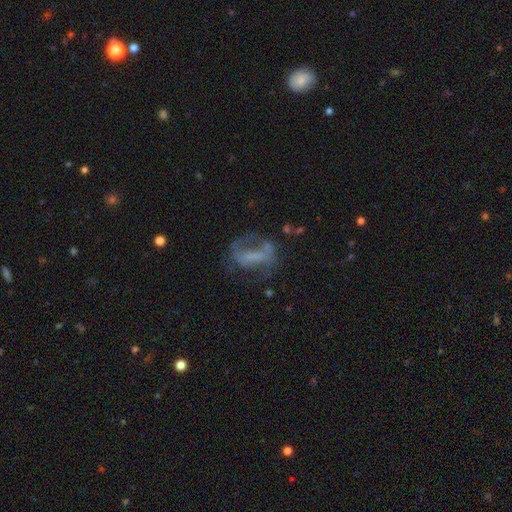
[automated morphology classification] smooth-or-featured: featured or disk: 58% | smooth: 28% | star or artifact: 14%
  disk-edge-on: no: 94% | yes: 6%
    bar: no: 41% | strong: 30% | weak: 29%
    has-spiral-arms: no: 53% | yes: 47%
    bulge-size: none: 58% | small: 20% | moderate: 14% | large: 6% | dominant: 2%
  merging: none: 41% | major disturbance: 35% | minor disturbance: 19% | merger: 5%